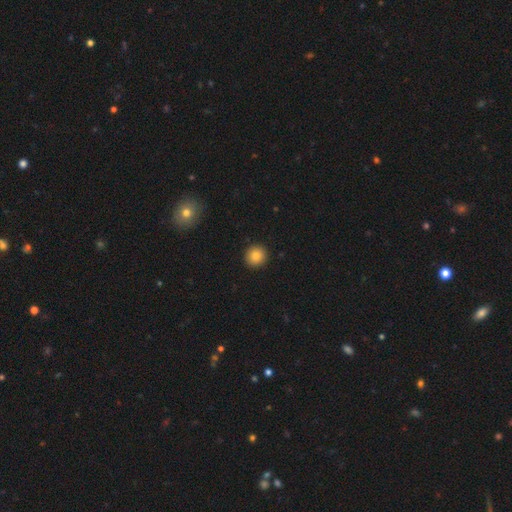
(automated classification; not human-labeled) The model was most divided on "smooth or featured": smooth: 83%, star or artifact: 10%, featured or disk: 7%. More confident: how rounded — round (93%); merging — none (93%).